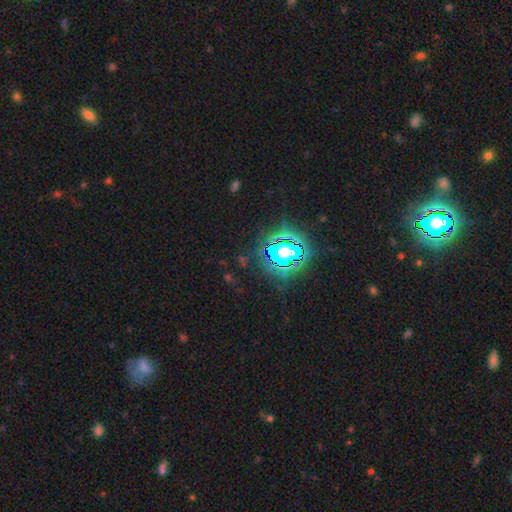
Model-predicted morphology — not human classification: Smooth or featured: star or artifact — 83% (smooth — 10%)